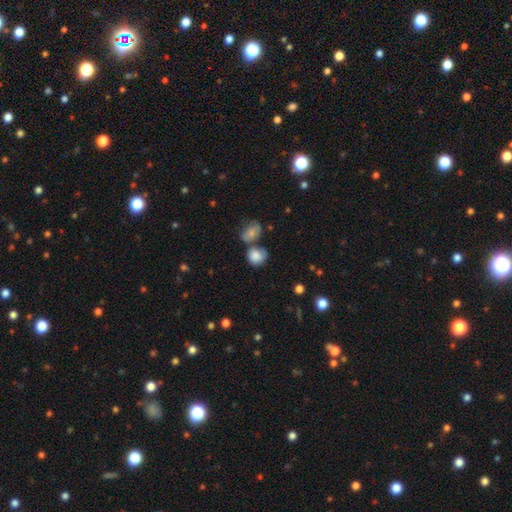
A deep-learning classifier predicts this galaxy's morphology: This is clearly a smooth galaxy (81%). How rounded: likely round (74%). Merging: marginally none (45%).